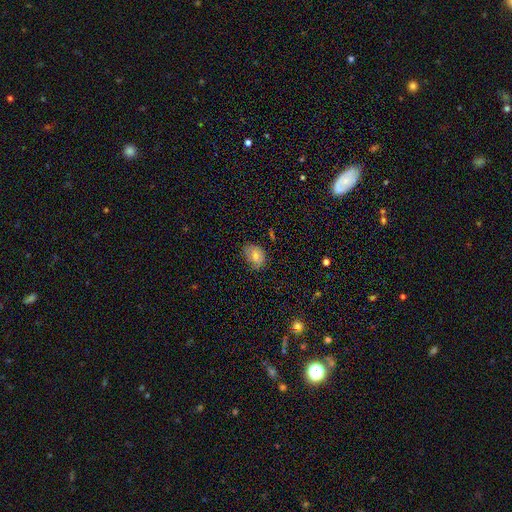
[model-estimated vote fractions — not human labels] smooth-or-featured: smooth: 63% | featured or disk: 23% | star or artifact: 13%
  how-rounded: in between: 61% | round: 37% | cigar-shaped: 1%
  merging: none: 69% | minor disturbance: 25% | major disturbance: 5% | merger: 1%